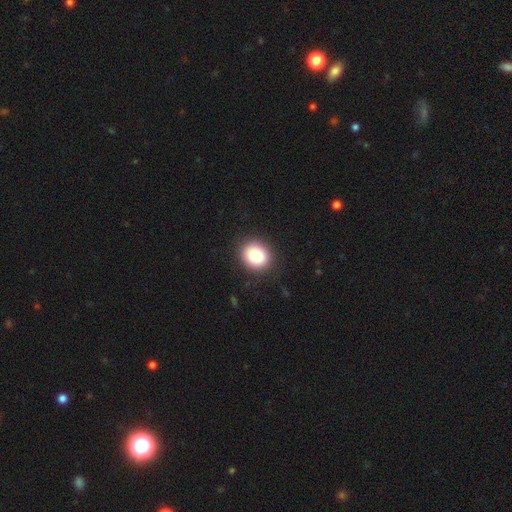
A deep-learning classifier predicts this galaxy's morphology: A smooth galaxy with no disk features (87%) that is round (60%). Merging: none (89%).